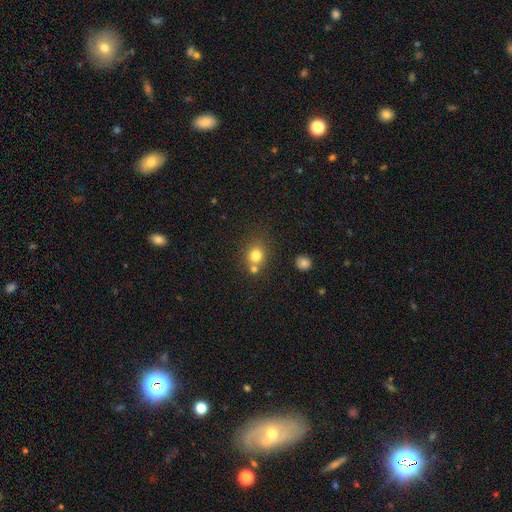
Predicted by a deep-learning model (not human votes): Smooth or featured: smooth — 79% (star or artifact — 13%)
How rounded: round — 80% (in between — 19%)
Merging: none — 58% (merger — 28%)